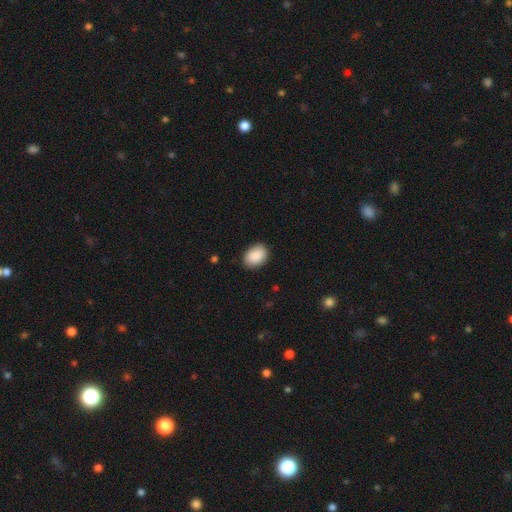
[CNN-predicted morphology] This appears to be a smooth galaxy with no disk features (90%) that is in between round and cigar-shaped (78%). Merging: none (87%).